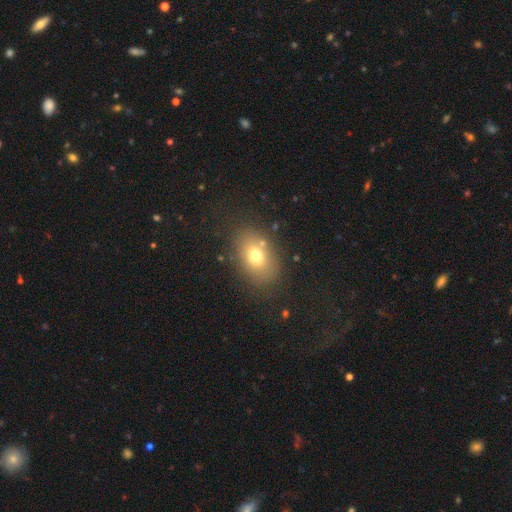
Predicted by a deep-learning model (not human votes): Morphology: type=smooth (71%); roundness=in between (75%); merging=none (78%).